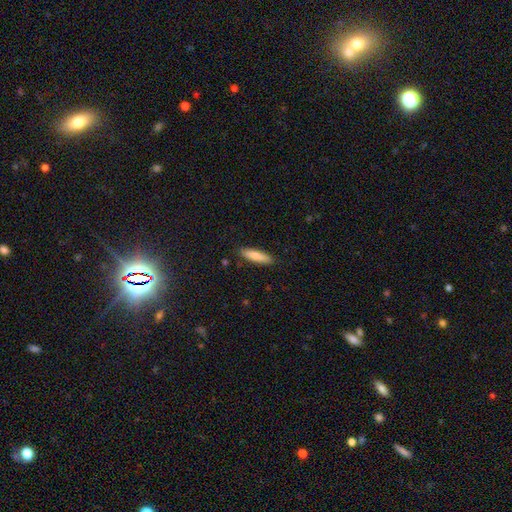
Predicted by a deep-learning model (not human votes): This appears to be a smooth galaxy with no disk features (84%) that is cigar-shaped (70%). Merging: none (87%).